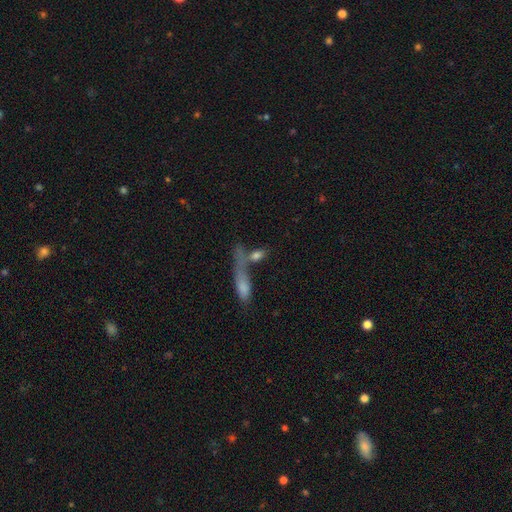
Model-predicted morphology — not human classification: Smooth or featured? Predicted: smooth (p=0.67). How rounded? Predicted: in between (p=0.51). Merging? Predicted: merger (p=0.44).